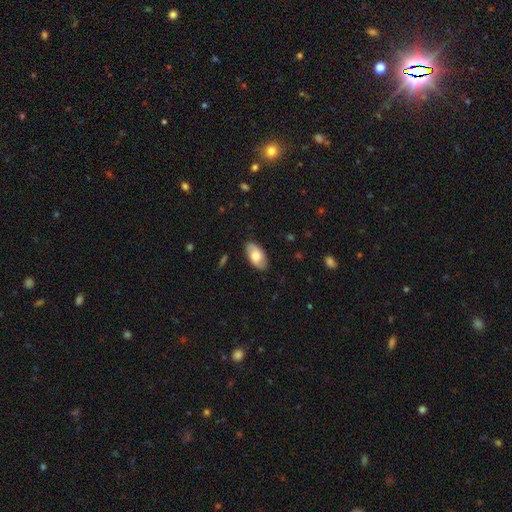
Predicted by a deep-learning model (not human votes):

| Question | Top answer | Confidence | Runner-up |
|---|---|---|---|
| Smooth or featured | smooth | 64% | featured or disk (30%) |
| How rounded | in between | 94% | round (3%) |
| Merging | none | 84% | minor disturbance (13%) |